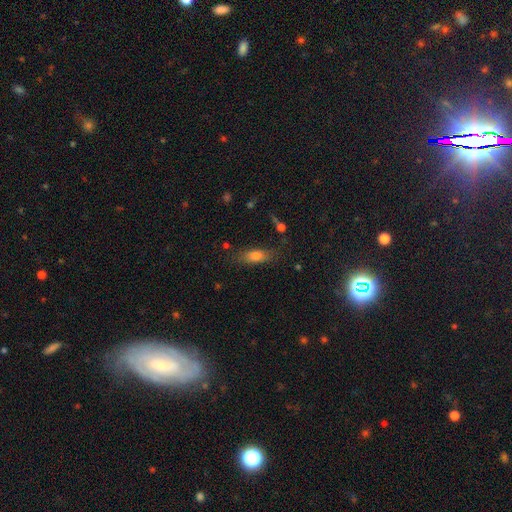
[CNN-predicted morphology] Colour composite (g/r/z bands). It shows a smooth galaxy with no disk features (76%) that is in between round and cigar-shaped (71%). Merging: none (75%).